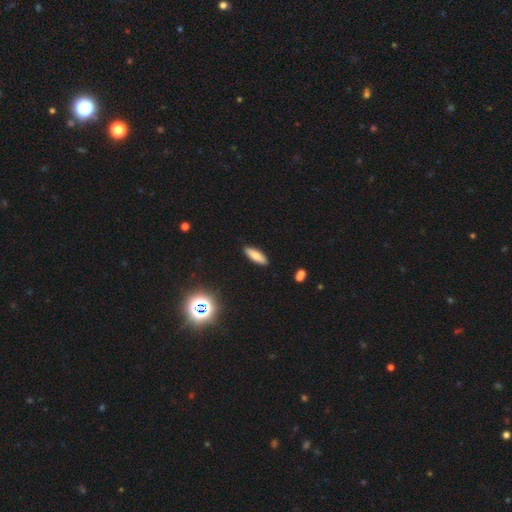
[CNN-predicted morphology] smooth-or-featured: smooth: 76% | featured or disk: 15% | star or artifact: 10%
  how-rounded: in between: 52% | cigar-shaped: 46% | round: 2%
  merging: none: 89% | minor disturbance: 8% | major disturbance: 2% | merger: 1%